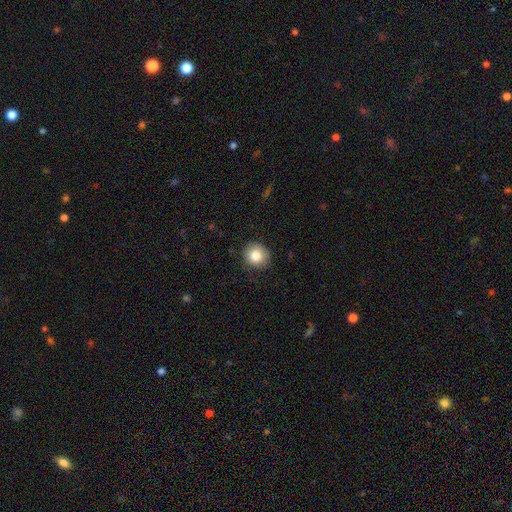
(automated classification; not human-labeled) Smooth or featured? Predicted: smooth (p=0.83). How rounded? Predicted: round (p=0.90). Merging? Predicted: none (p=0.87).